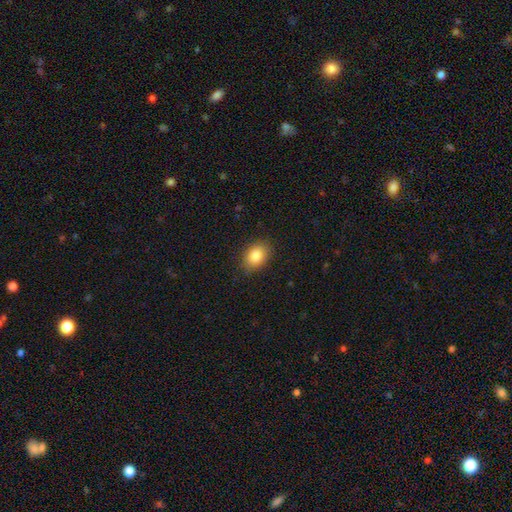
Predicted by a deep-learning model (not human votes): smooth 85%, star or artifact 8%, featured or disk 7%. Down the decision tree: how rounded — in between (72%); merging — none (86%).